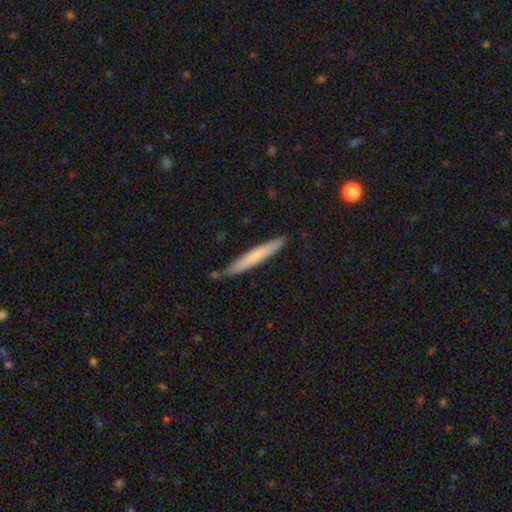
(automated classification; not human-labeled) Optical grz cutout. It shows a smooth galaxy with no disk features (68%) that is cigar-shaped (95%). Merging: none (84%).